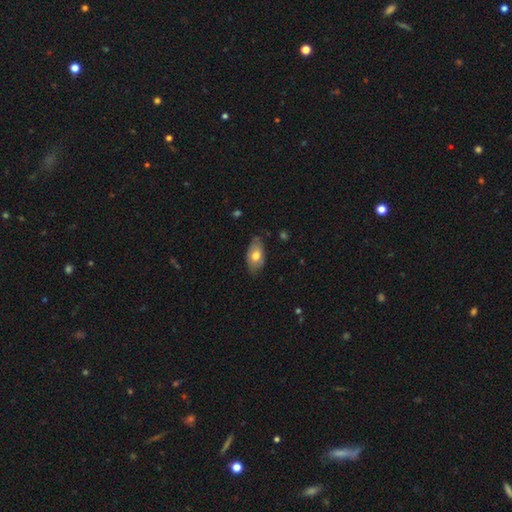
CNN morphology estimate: This is likely a smooth galaxy (67%). How rounded: clearly in between (92%). Merging: likely none (71%).